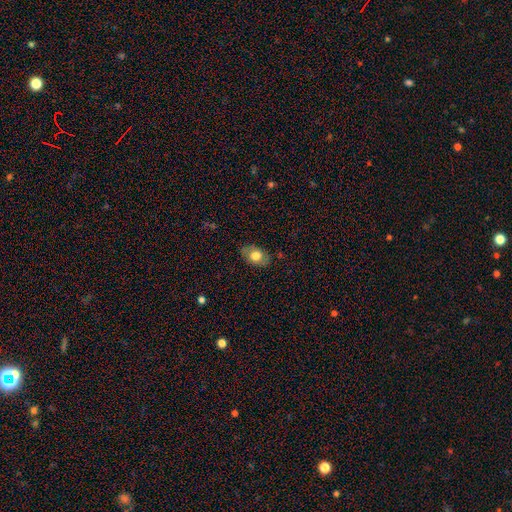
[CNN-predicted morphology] This appears to be a smooth galaxy with no disk features (71%) that is in between round and cigar-shaped (81%). Merging: none (80%).